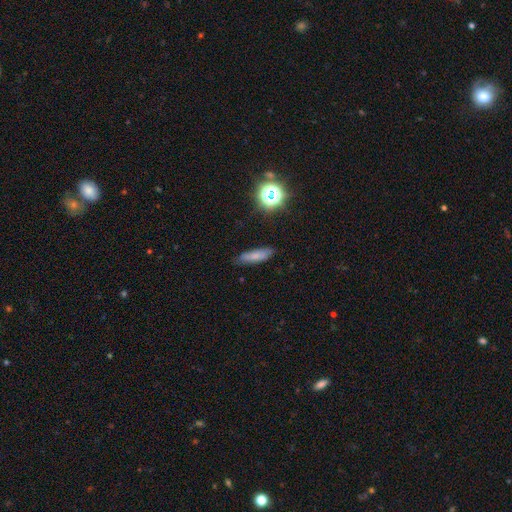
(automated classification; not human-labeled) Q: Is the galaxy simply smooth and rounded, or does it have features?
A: smooth — 71%.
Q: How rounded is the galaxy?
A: cigar-shaped — 61%.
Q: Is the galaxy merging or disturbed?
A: none — 81%.